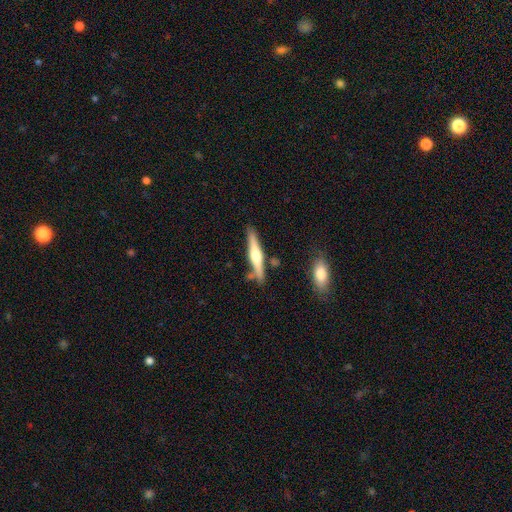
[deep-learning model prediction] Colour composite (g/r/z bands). It shows a featured or disk galaxy (62%) viewed edge-on (97%) with a rounded central bulge (87%). Merging: none (79%).